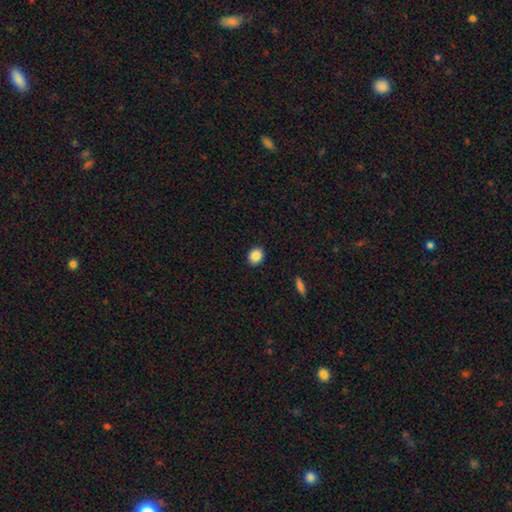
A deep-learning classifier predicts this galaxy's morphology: smooth_or_featured: smooth (p=0.87) [alt: star or artifact p=0.09]
how_rounded: round (p=0.58) [alt: in between p=0.40]
merging: none (p=0.91) [alt: minor disturbance p=0.06]